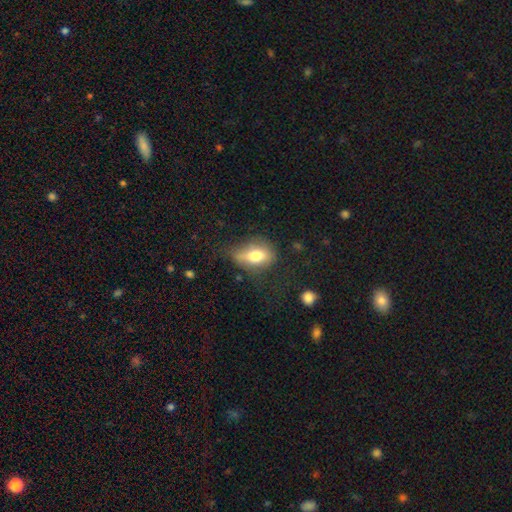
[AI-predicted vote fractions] This appears to be a smooth galaxy with no disk features (67%) that is in between round and cigar-shaped (79%). Merging: none (52%).